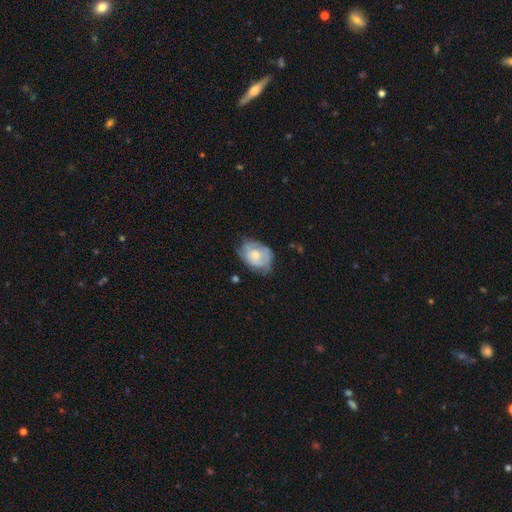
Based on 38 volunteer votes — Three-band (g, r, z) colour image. It shows a featured or disk galaxy (50%) with no bar (89%), medium (40%) spiral arms (56%) and a moderate central bulge (56%). Merging: none (47%).